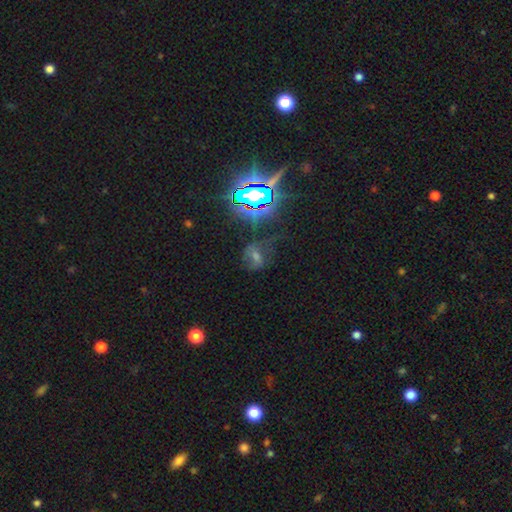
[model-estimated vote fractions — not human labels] smooth_or_featured: star or artifact (p=0.53) [alt: featured or disk p=0.25]